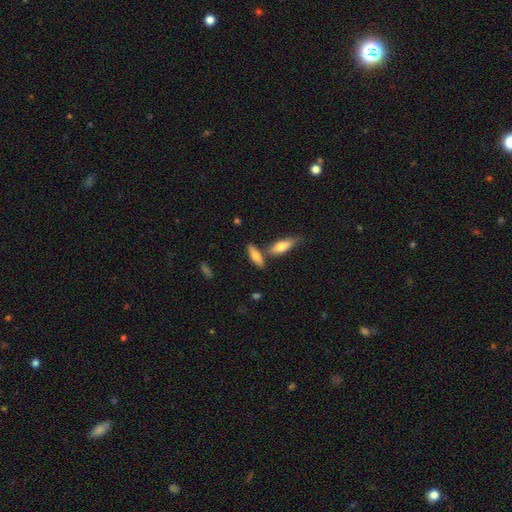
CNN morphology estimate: Smooth or featured? Predicted: smooth (p=0.67). How rounded? Predicted: in between (p=0.54). Merging? Predicted: none (p=0.62).